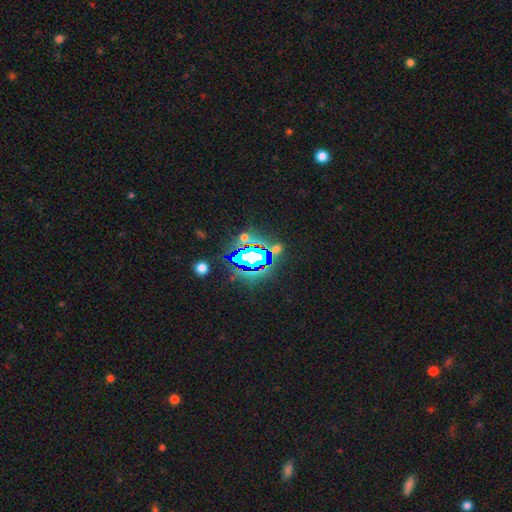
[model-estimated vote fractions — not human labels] smooth_or_featured: star or artifact (p=0.72) [alt: smooth p=0.15]